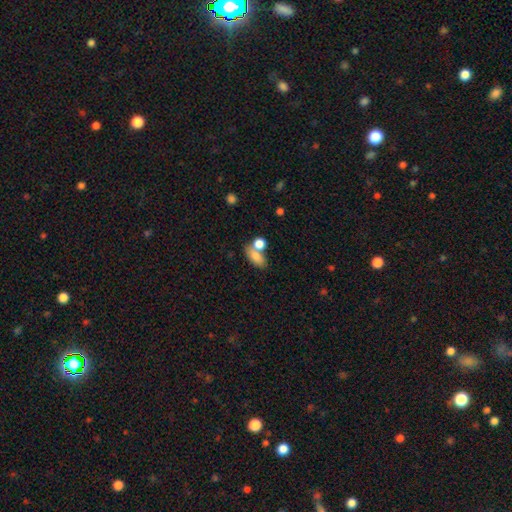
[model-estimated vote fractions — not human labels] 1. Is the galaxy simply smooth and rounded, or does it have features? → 80% smooth, 11% featured or disk, 9% star or artifact.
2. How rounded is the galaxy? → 82% in between, 13% round, 5% cigar-shaped.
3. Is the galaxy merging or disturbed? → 41% merger (tied), 41% none (tied), 13% minor disturbance, 6% major disturbance.